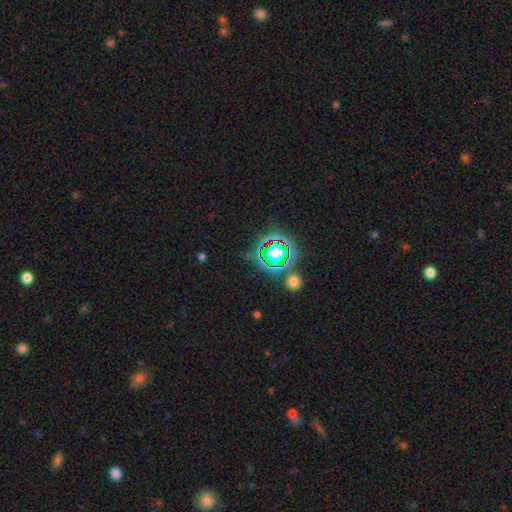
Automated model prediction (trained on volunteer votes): Smooth or featured: star or artifact — 77% (smooth — 16%)